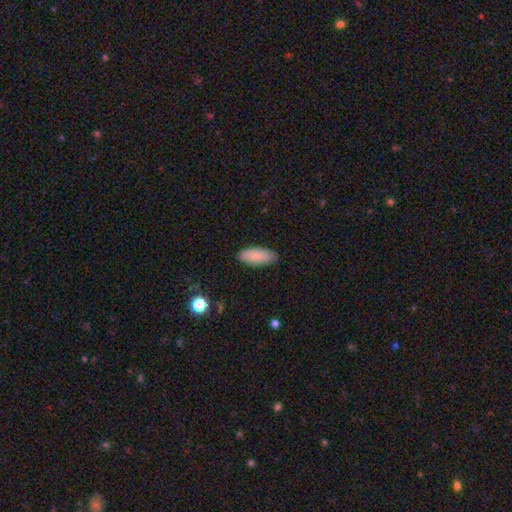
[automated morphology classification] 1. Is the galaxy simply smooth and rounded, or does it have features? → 88% smooth, 6% star or artifact, 6% featured or disk.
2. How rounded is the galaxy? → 83% in between, 15% cigar-shaped, 2% round.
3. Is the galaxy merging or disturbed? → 85% none, 12% minor disturbance, 2% major disturbance, 1% merger.